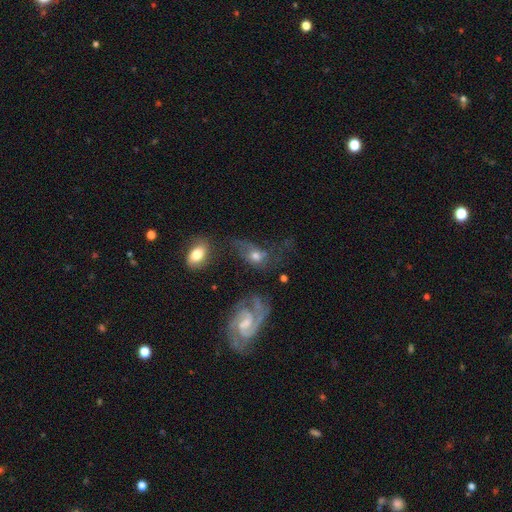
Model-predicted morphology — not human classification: A featured or disk galaxy (56%) with no bar (63%), spiral arms (74%) and a moderate central bulge (47%). Merging: none (37%).